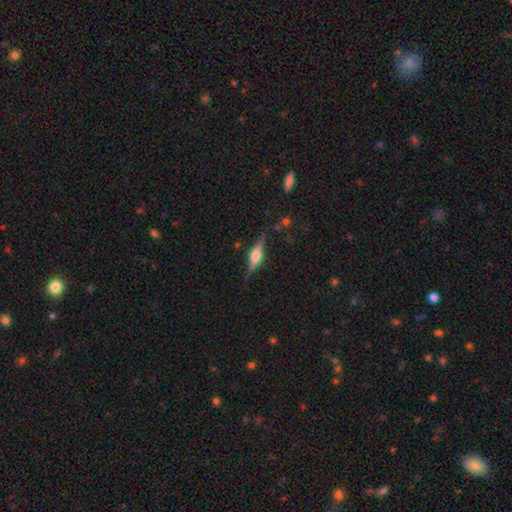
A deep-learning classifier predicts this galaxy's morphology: Smooth or featured? Predicted: featured or disk (p=0.70). Edge-on disk? Predicted: yes (p=0.96). Edge-on bulge? Predicted: rounded (p=0.87). Merging? Predicted: none (p=0.82).